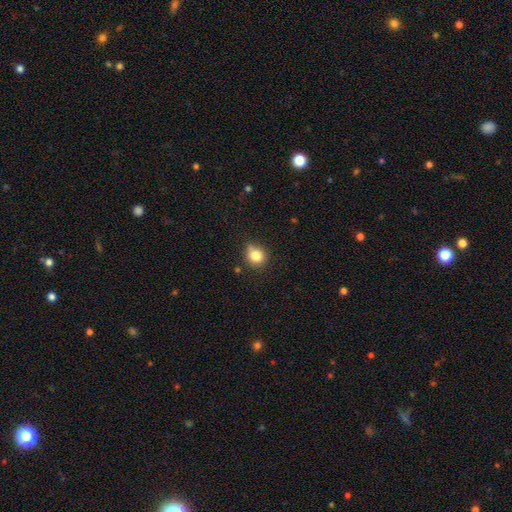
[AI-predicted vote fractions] Overall: smooth (82%). How rounded: round (80%). Merging: none (71%).